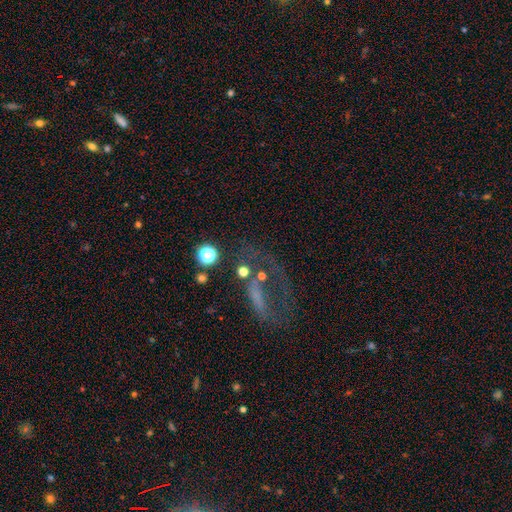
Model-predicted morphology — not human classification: Q: Smooth or featured?
A: featured or disk (47%); runner-up: star or artifact (35%)
Q: Merging?
A: none (39%); runner-up: major disturbance (35%)